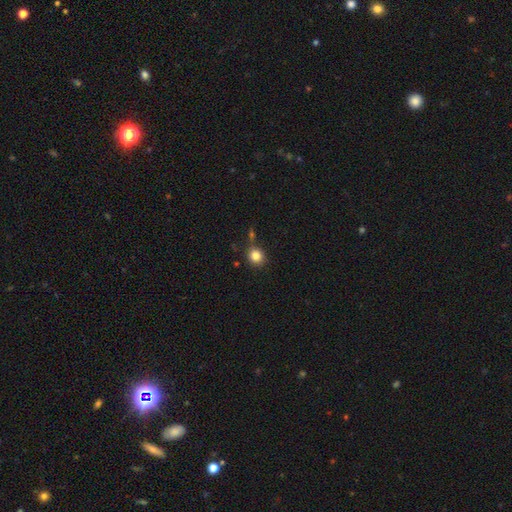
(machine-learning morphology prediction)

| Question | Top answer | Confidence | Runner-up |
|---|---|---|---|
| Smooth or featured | smooth | 83% | star or artifact (11%) |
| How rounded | round | 86% | in between (13%) |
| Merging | none | 77% | minor disturbance (11%) |